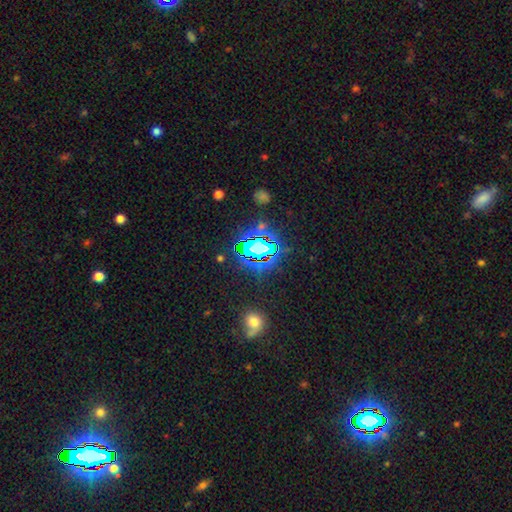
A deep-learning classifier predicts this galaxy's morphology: Smooth or featured: star or artifact — 78% (smooth — 14%)